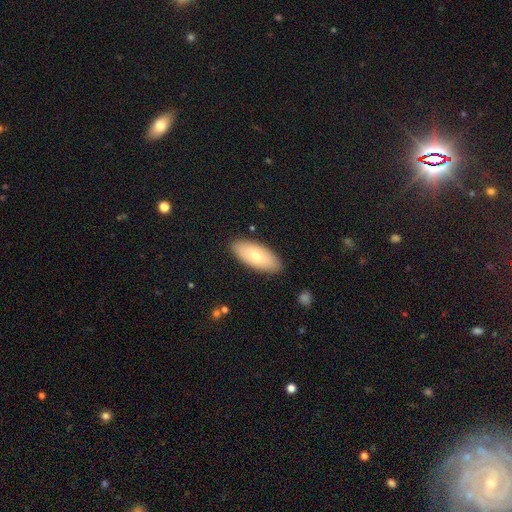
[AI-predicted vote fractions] Smooth or featured? smooth (72%)
How rounded? in between (87%)
Merging? none (87%)